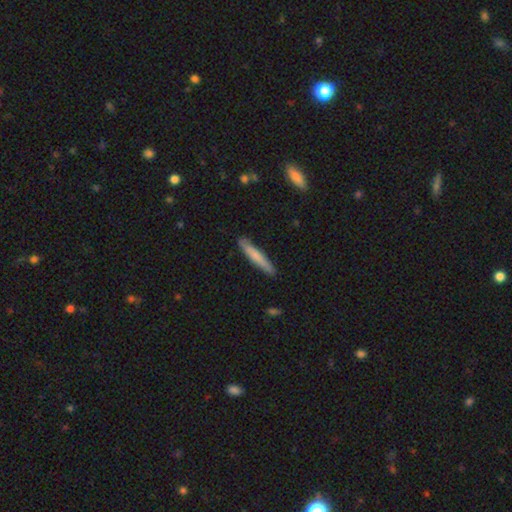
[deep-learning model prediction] smooth-or-featured: smooth: 71% | featured or disk: 24% | star or artifact: 5%
  how-rounded: cigar-shaped: 93% | in between: 5% | round: 1%
  merging: none: 87% | minor disturbance: 10% | major disturbance: 2% | merger: 1%